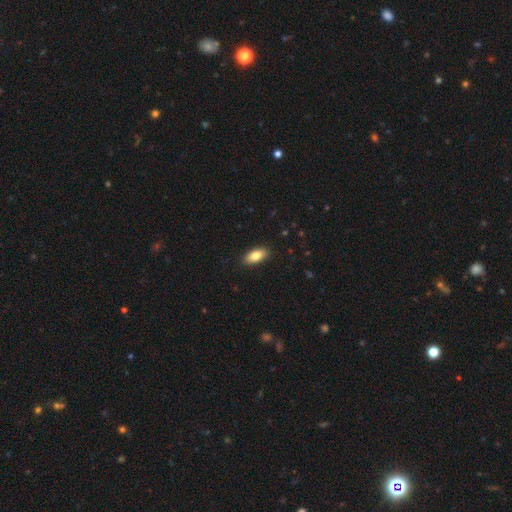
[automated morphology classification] smooth_or_featured: smooth (p=0.81) [alt: featured or disk p=0.12]
how_rounded: in between (p=0.86) [alt: cigar-shaped p=0.11]
merging: none (p=0.89) [alt: minor disturbance p=0.08]